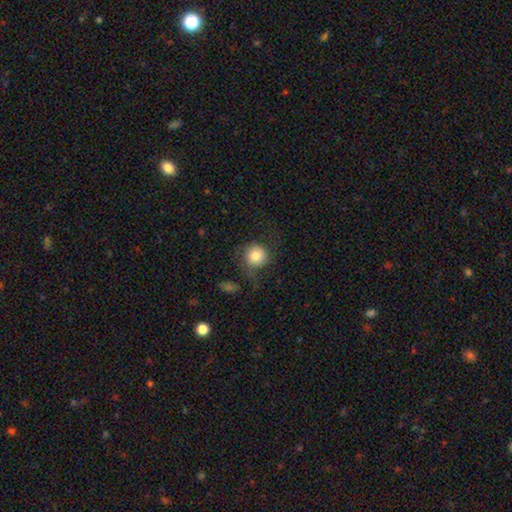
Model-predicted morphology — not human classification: Smooth or featured: smooth — 78% (featured or disk — 14%)
How rounded: round — 91% (in between — 8%)
Merging: none — 60% (minor disturbance — 20%)